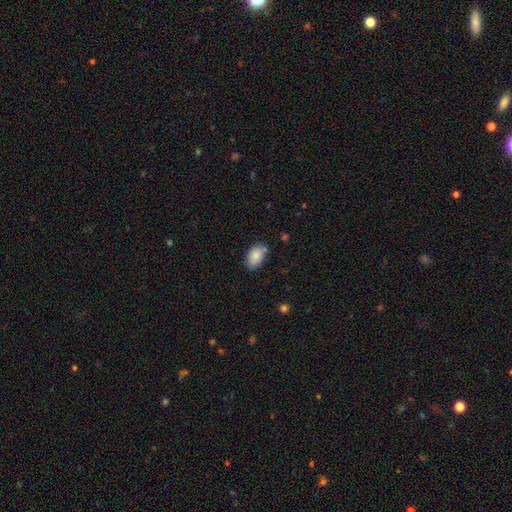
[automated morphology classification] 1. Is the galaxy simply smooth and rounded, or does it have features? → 87% smooth, 7% star or artifact, 6% featured or disk.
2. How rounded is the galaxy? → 91% in between, 8% round, 1% cigar-shaped.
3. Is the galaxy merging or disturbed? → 75% none, 16% minor disturbance, 5% merger, 3% major disturbance.